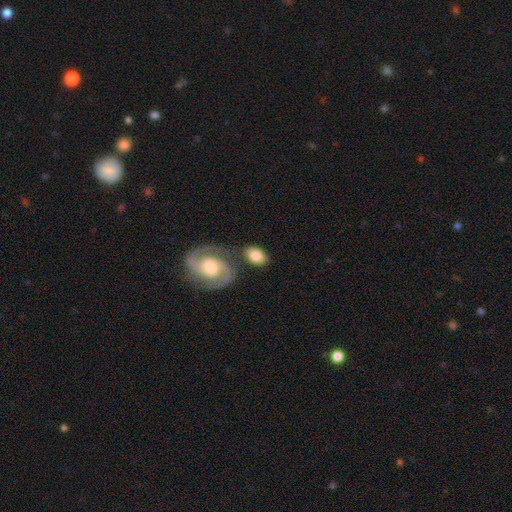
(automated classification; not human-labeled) smooth 68%, featured or disk 26%, star or artifact 6%. Down the decision tree: how rounded — in between (85%); merging — none (68%).